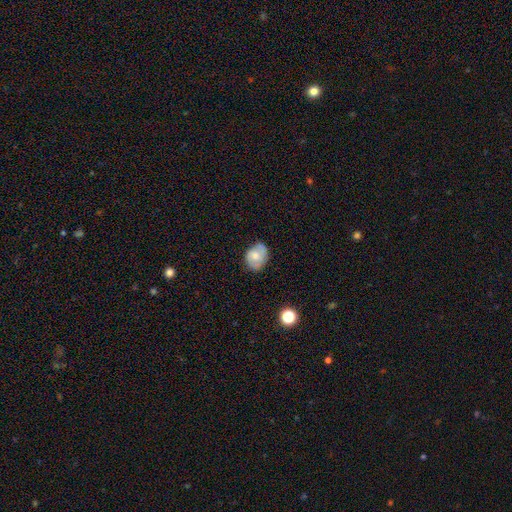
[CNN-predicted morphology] A smooth galaxy with no disk features (60%) that is in between round and cigar-shaped (59%). Merging: none (66%).